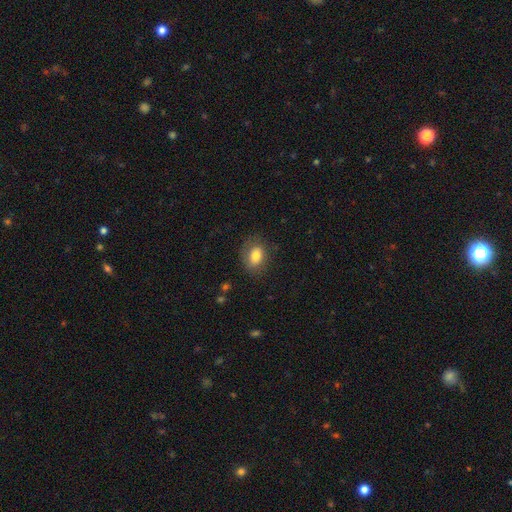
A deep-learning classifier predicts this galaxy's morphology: smooth-or-featured: smooth: 78% | featured or disk: 14% | star or artifact: 8%
  how-rounded: in between: 72% | round: 27% | cigar-shaped: 1%
  merging: none: 75% | minor disturbance: 17% | major disturbance: 7% | merger: 1%